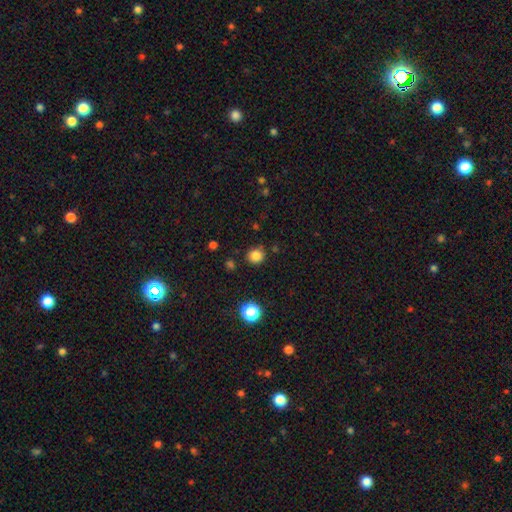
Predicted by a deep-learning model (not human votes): Smooth or featured? Predicted: smooth (p=0.83). How rounded? Predicted: round (p=0.89). Merging? Predicted: none (p=0.85).